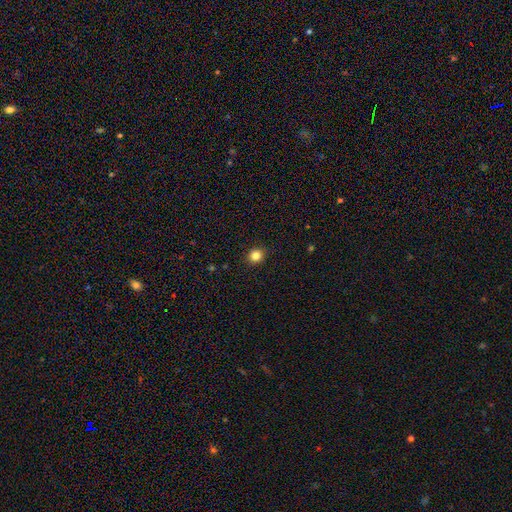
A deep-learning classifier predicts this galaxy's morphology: Overall: smooth (84%). How rounded: round (87%). Merging: none (92%).